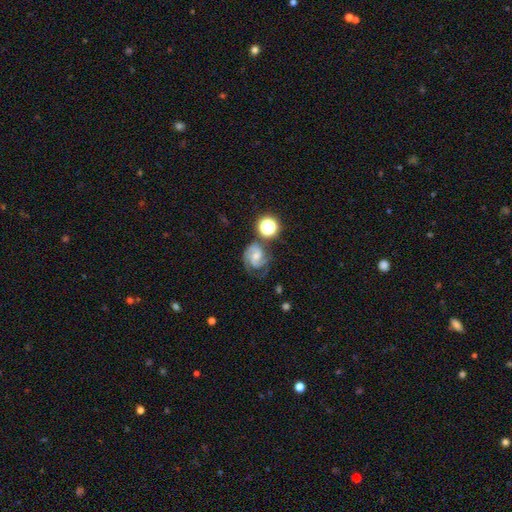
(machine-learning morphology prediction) Q: Smooth or featured?
A: featured or disk (71%); runner-up: smooth (18%)
Q: Edge-on disk?
A: no (98%); runner-up: yes (2%)
Q: Bar?
A: no (52%); runner-up: weak (39%)
Q: Spiral arms?
A: yes (94%); runner-up: no (6%)
Q: Spiral winding?
A: medium (45%); runner-up: tight (43%)
Q: Spiral arm count?
A: 2 (54%); runner-up: 3 (18%)
Q: Bulge size?
A: moderate (44%); runner-up: small (39%)
Q: Merging?
A: none (54%); runner-up: minor disturbance (22%)